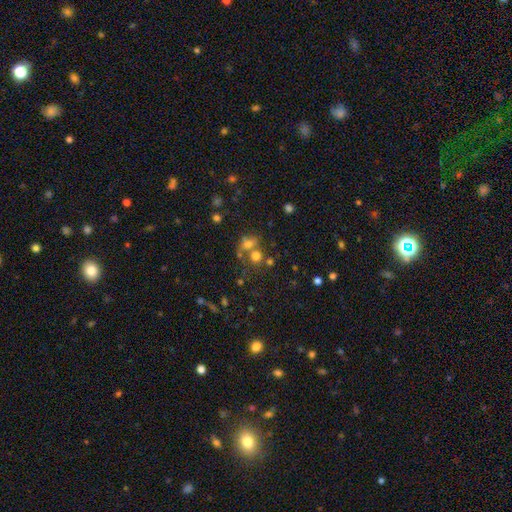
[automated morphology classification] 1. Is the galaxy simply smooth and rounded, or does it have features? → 65% smooth, 21% star or artifact, 14% featured or disk.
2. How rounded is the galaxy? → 74% round, 25% in between, 1% cigar-shaped.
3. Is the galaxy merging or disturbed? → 44% none, 41% merger, 9% minor disturbance, 6% major disturbance.